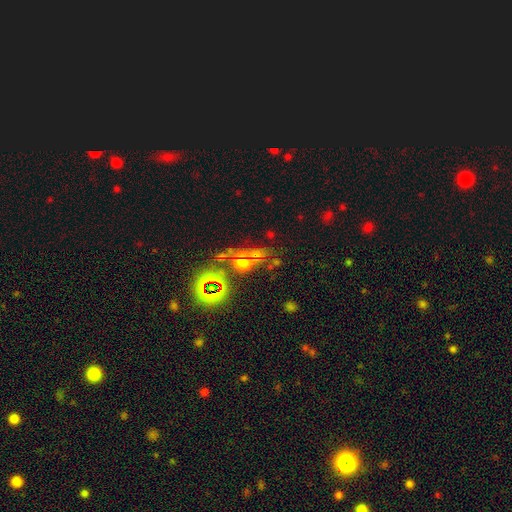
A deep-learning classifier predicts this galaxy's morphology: Q: Smooth or featured?
A: star or artifact (56%); runner-up: smooth (32%)